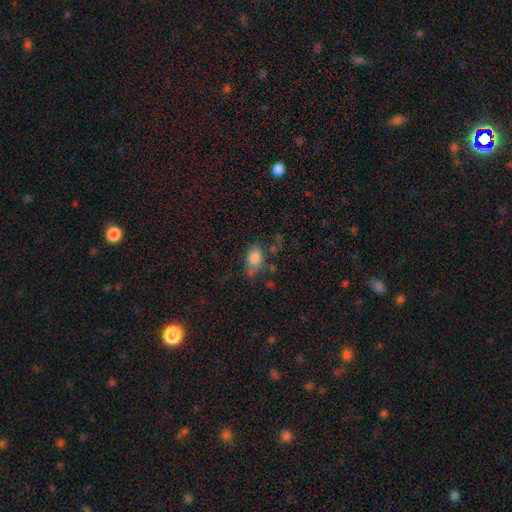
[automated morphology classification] A smooth galaxy with no disk features (72%) that is in between round and cigar-shaped (79%). Merging: none (47%).